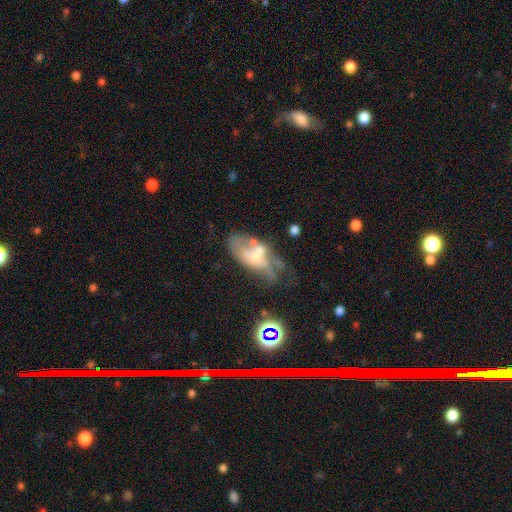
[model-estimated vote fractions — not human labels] Smooth or featured: featured or disk — 58% (smooth — 32%)
Edge-on disk: no — 94% (yes — 6%)
Bar: no — 78% (weak — 18%)
Spiral arms: no — 69% (yes — 31%)
Bulge size: small — 38% (moderate — 36%)
Merging: major disturbance — 33% (none — 23%)